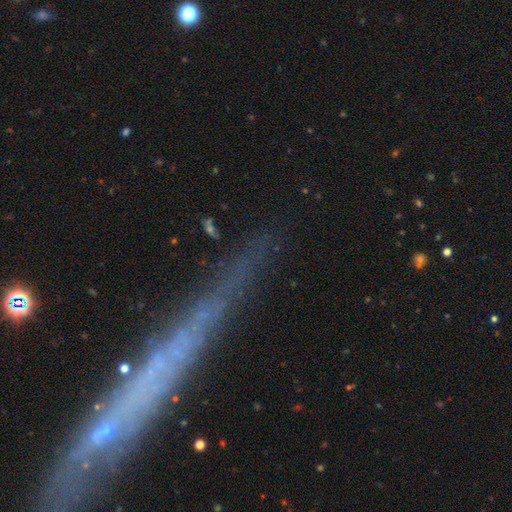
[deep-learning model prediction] Smooth or featured? featured or disk (45%)
Merging? none (79%)